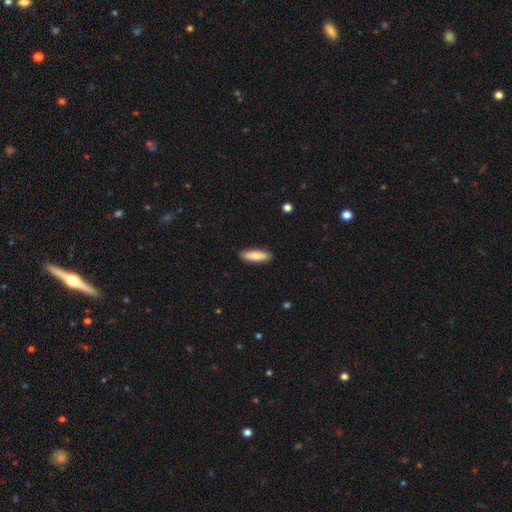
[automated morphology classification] This appears to be a smooth galaxy with no disk features (82%) that is cigar-shaped (58%). Merging: none (90%).